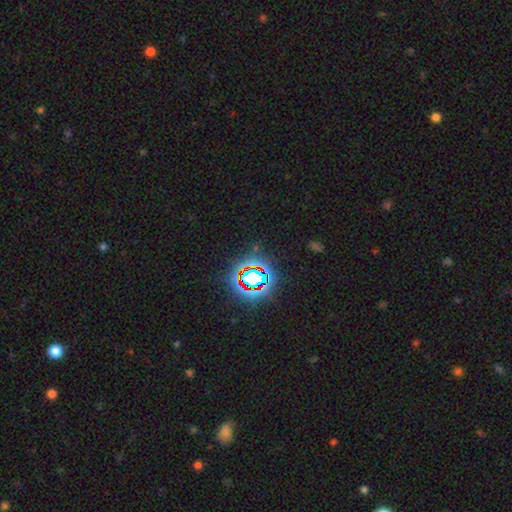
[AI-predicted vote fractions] Overall: star or artifact (78%).